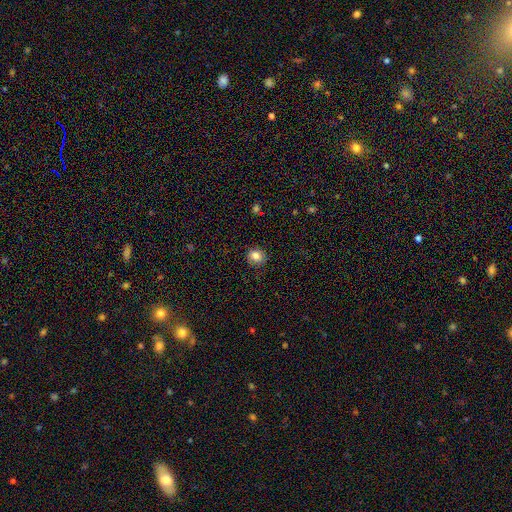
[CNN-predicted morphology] This is clearly a smooth galaxy (83%). How rounded: clearly round (81%). Merging: clearly none (87%).